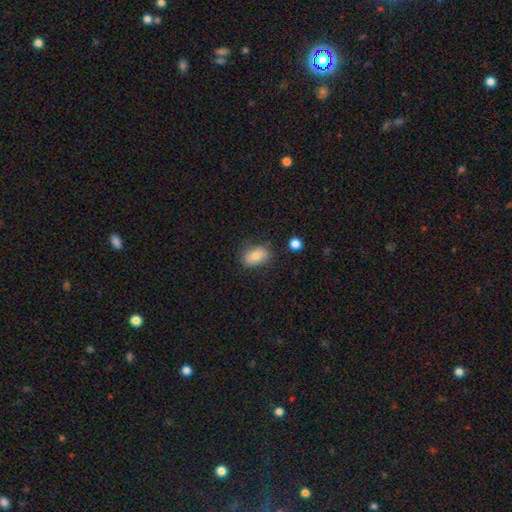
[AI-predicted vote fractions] A smooth galaxy with no disk features (80%) that is in between round and cigar-shaped (87%).

Vote fractions:
- Smooth or featured? smooth: 80% / featured or disk: 11% / star or artifact: 8%
- How rounded? in between: 87% / round: 11% / cigar-shaped: 2%
- Merging? none: 80% / minor disturbance: 15% / major disturbance: 3% / merger: 2%